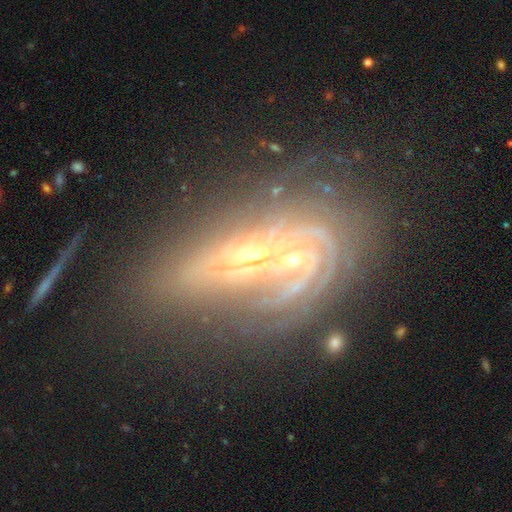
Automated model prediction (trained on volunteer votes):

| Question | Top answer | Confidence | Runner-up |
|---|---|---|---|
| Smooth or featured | featured or disk | 76% | star or artifact (13%) |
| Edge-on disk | no | 85% | yes (15%) |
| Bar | no | 67% | weak (22%) |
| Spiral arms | yes | 85% | no (15%) |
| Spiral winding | tight | 65% | medium (25%) |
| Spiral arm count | can't tell | 38% | 2 (21%) |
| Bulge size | small | 64% | moderate (28%) |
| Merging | none | 53% | merger (17%) |